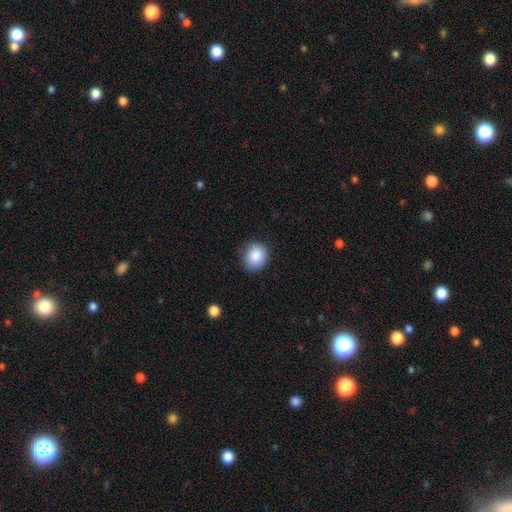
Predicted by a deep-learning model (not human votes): A smooth galaxy with no disk features (88%) that is round (76%). Merging: none (85%).